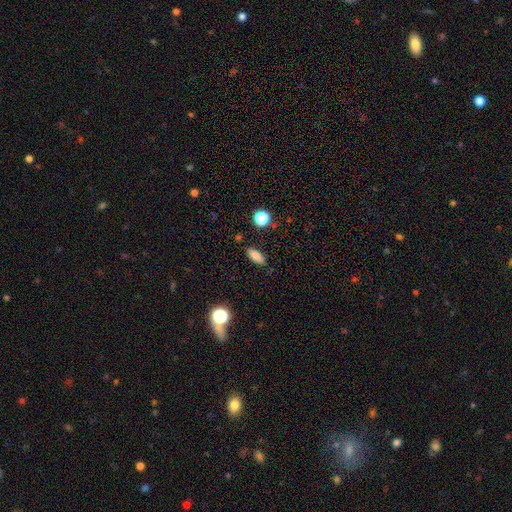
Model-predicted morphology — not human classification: Overall: smooth (83%). How rounded: in between (72%). Merging: none (85%).